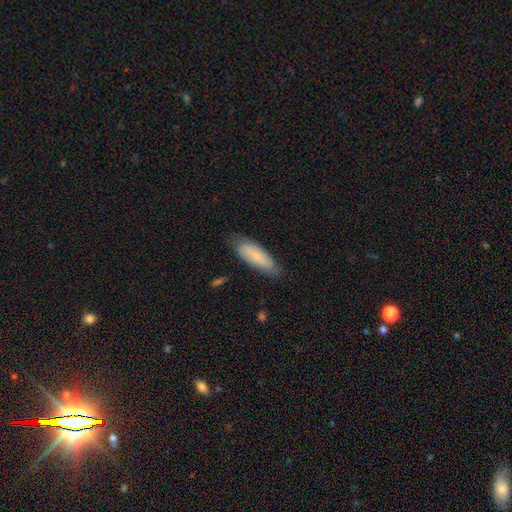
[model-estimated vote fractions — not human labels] Smooth or featured: smooth — 71% (featured or disk — 23%)
How rounded: in between — 60% (cigar-shaped — 39%)
Merging: none — 76% (minor disturbance — 19%)